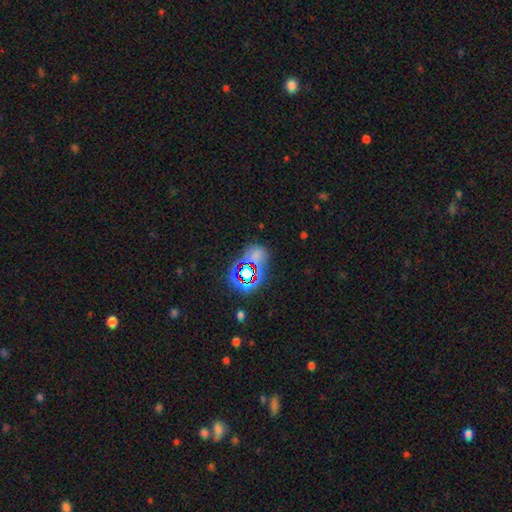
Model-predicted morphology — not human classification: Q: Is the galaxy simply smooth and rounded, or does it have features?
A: star or artifact — 47%.